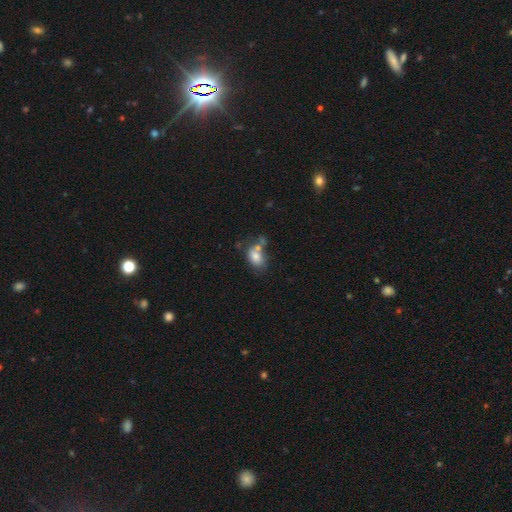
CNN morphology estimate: smooth-or-featured: smooth: 76% | featured or disk: 15% | star or artifact: 9%
  how-rounded: in between: 79% | round: 20% | cigar-shaped: 1%
  merging: merger: 38% | none: 34% | minor disturbance: 18% | major disturbance: 11%